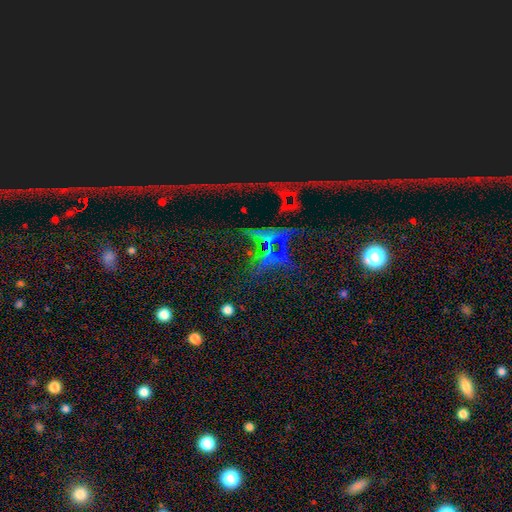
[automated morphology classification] star or artifact 75%, smooth 13%, featured or disk 12%.